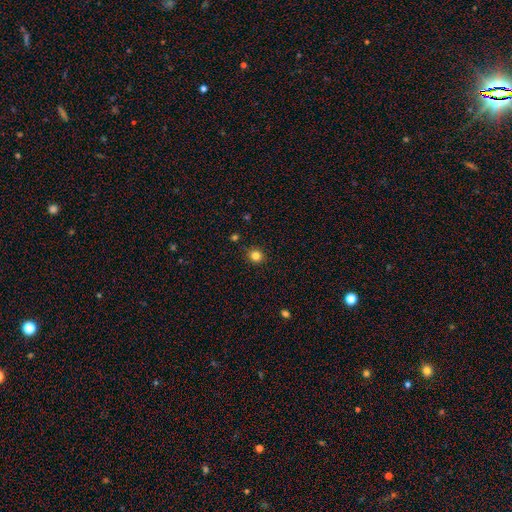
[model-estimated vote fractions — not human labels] Smooth or featured: smooth — 82% (star or artifact — 13%)
How rounded: round — 89% (in between — 10%)
Merging: none — 89% (minor disturbance — 7%)